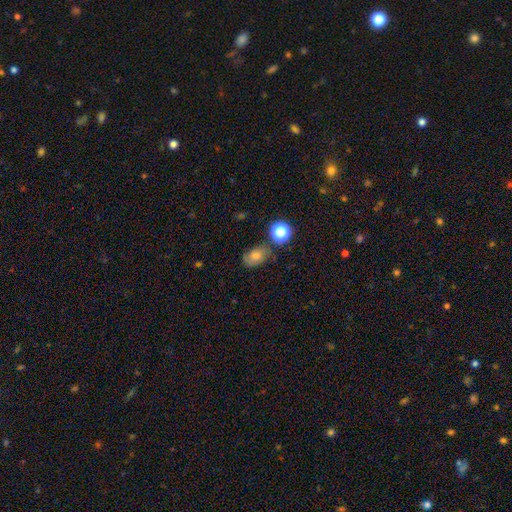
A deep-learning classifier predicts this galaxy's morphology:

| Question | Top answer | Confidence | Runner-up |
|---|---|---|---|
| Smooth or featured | smooth | 56% | featured or disk (26%) |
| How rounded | in between | 71% | round (27%) |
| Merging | none | 67% | minor disturbance (21%) |